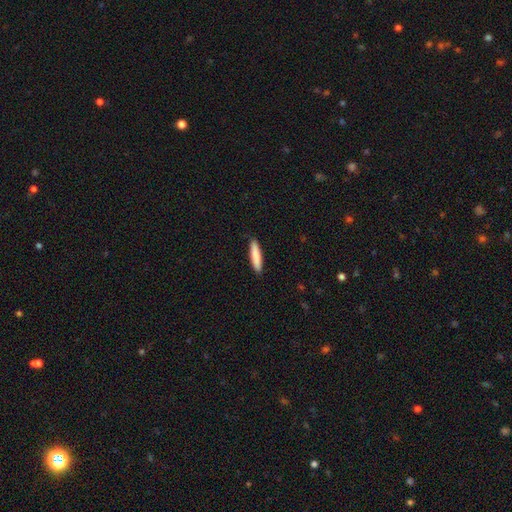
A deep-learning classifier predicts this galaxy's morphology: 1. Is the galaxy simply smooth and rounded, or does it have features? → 85% smooth, 10% featured or disk, 6% star or artifact.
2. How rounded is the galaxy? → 83% cigar-shaped, 16% in between, 1% round.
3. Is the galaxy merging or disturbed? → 89% none, 8% minor disturbance, 2% major disturbance, 1% merger.